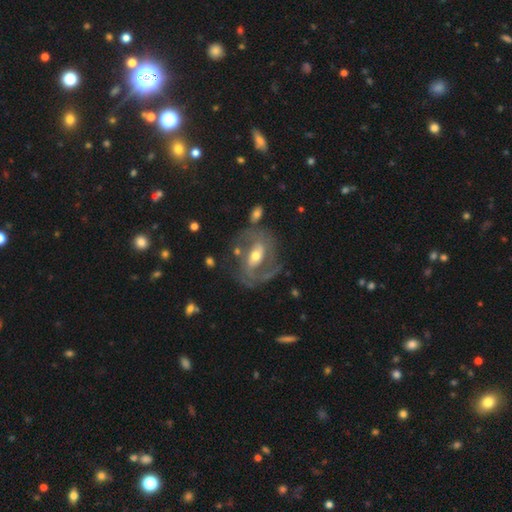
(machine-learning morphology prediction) A featured or disk galaxy (83%) with a weak bar (38%), 2 (76%) medium (49%) spiral arms (87%) and a moderate central bulge (66%).

Vote fractions:
- Smooth or featured? featured or disk: 83% / smooth: 12% / star or artifact: 6%
- Edge-on disk? no: 96% / yes: 4%
- Bar? weak: 38% / strong: 37% / no: 24%
- Spiral arms? yes: 87% / no: 13%
- Spiral winding? medium: 49% / tight: 30% / loose: 21%
- Spiral arm count? 2: 76% / can't tell: 10% / 1: 6% / 3: 4% / 4: 2% / more than 4: 2%
- Bulge size? moderate: 66% / small: 25% / large: 7% / none: 1% / dominant: 1%
- Merging? none: 64% / minor disturbance: 17% / major disturbance: 13% / merger: 6%